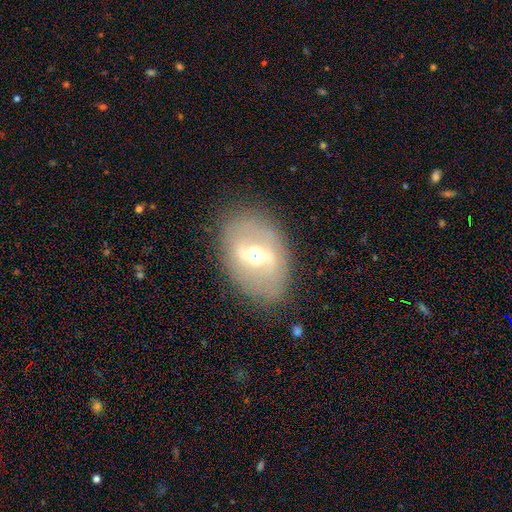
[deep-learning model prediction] smooth-or-featured: featured or disk: 65% | smooth: 27% | star or artifact: 9%
  disk-edge-on: no: 89% | yes: 11%
    bar: weak: 43% | strong: 35% | no: 21%
    has-spiral-arms: no: 63% | yes: 37%
    bulge-size: moderate: 64% | small: 19% | large: 13% | dominant: 2% | none: 1%
  merging: none: 78% | minor disturbance: 13% | major disturbance: 7% | merger: 2%